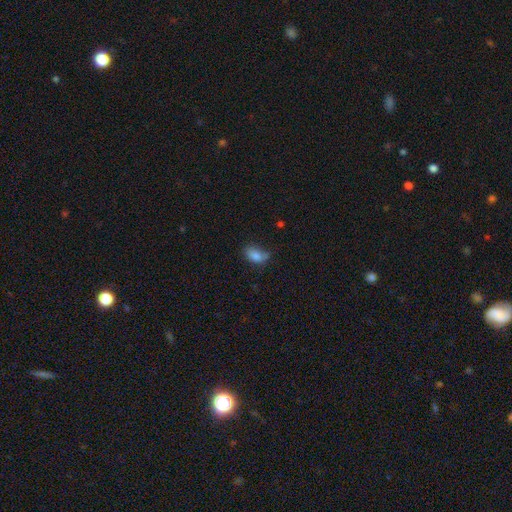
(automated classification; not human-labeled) Smooth or featured?
  - smooth: 83% *
  - star or artifact: 9%
  - featured or disk: 8%
How rounded?
  - in between: 89% *
  - round: 8%
  - cigar-shaped: 3%
Merging?
  - none: 53% *
  - minor disturbance: 34%
  - major disturbance: 10%
  - merger: 4%